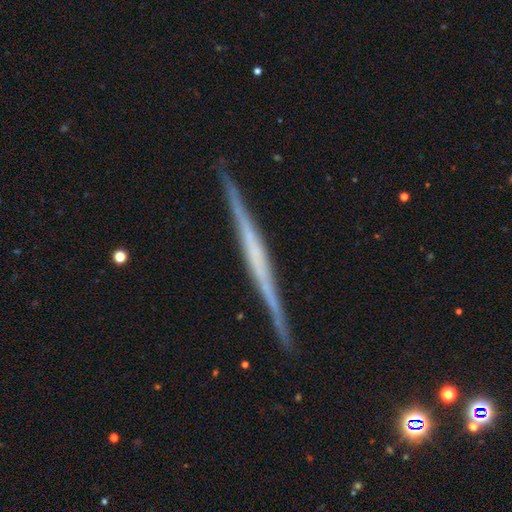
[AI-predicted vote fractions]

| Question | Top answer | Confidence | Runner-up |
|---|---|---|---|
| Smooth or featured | featured or disk | 76% | smooth (18%) |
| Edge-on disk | yes | 98% | no (2%) |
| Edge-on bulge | none | 75% | rounded (13%) |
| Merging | none | 91% | minor disturbance (6%) |